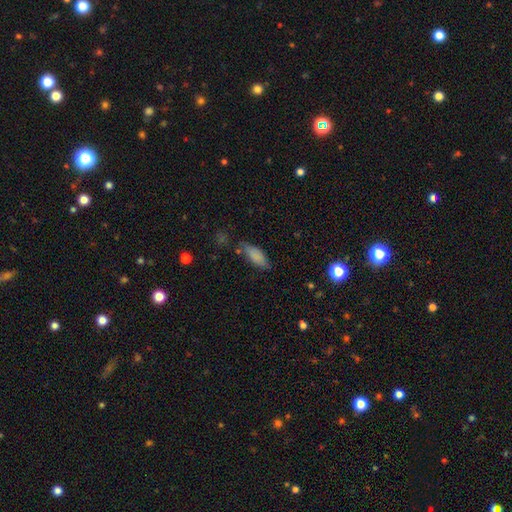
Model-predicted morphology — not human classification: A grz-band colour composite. It shows a smooth galaxy with no disk features (81%) that is in between round and cigar-shaped (77%). Merging: none (59%).